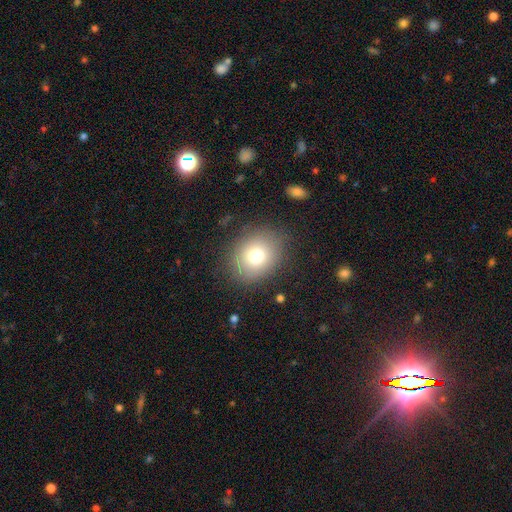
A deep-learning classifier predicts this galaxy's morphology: Smooth or featured?
  - smooth: 74% *
  - featured or disk: 13%
  - star or artifact: 12%
How rounded?
  - round: 62% *
  - in between: 37%
  - cigar-shaped: 1%
Merging?
  - none: 82% *
  - minor disturbance: 12%
  - major disturbance: 5%
  - merger: 1%